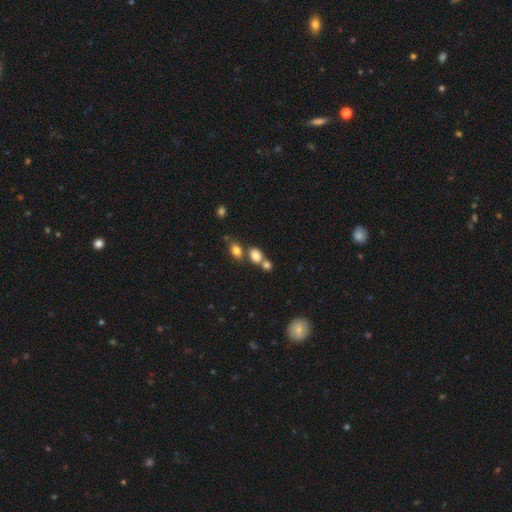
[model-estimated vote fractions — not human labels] Smooth or featured?
  - smooth: 80% *
  - star or artifact: 12%
  - featured or disk: 8%
How rounded?
  - in between: 70% *
  - round: 29%
  - cigar-shaped: 2%
Merging?
  - none: 44% *
  - merger: 40%
  - minor disturbance: 11%
  - major disturbance: 5%